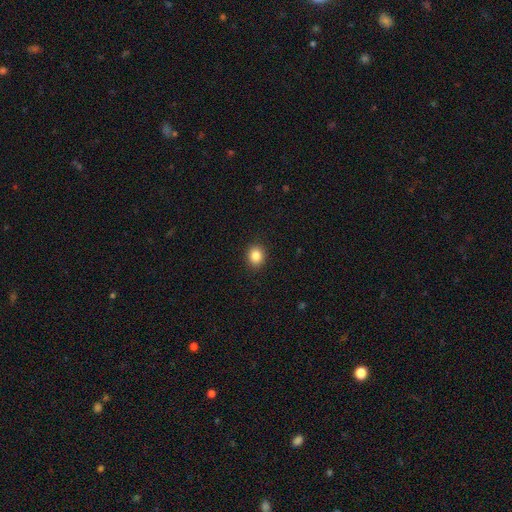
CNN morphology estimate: This is clearly a smooth galaxy (84%). How rounded: likely round (72%). Merging: clearly none (91%).